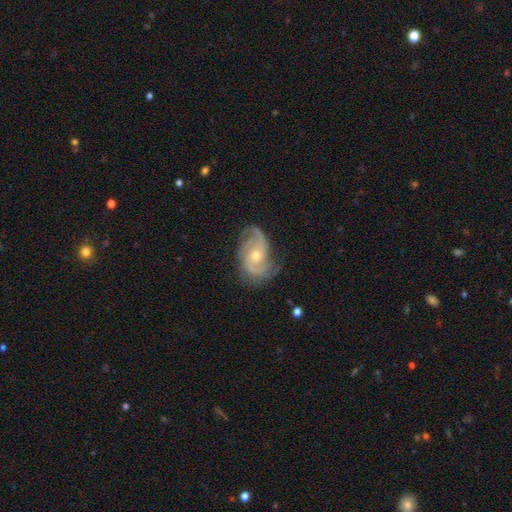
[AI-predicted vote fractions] Smooth or featured? featured or disk (88%)
Edge-on disk? no (97%)
Bar? no (64%)
Spiral arms? yes (97%)
Spiral winding? medium (45%)
Spiral arm count? 3 (38%)
Bulge size? moderate (57%)
Merging? none (71%)